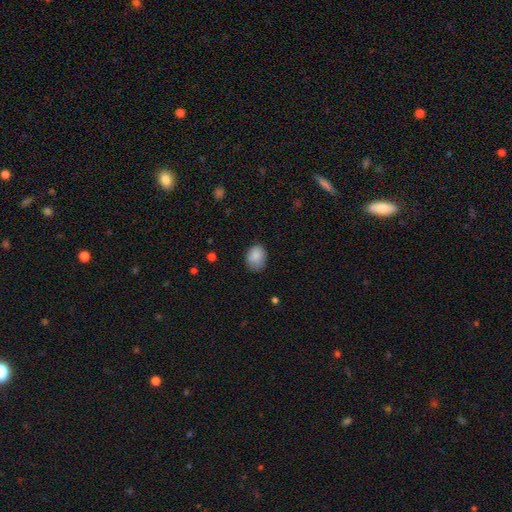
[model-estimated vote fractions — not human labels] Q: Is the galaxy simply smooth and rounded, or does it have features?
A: smooth — 87%.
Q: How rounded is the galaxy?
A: in between — 61%.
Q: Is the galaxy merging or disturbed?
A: none — 70%.